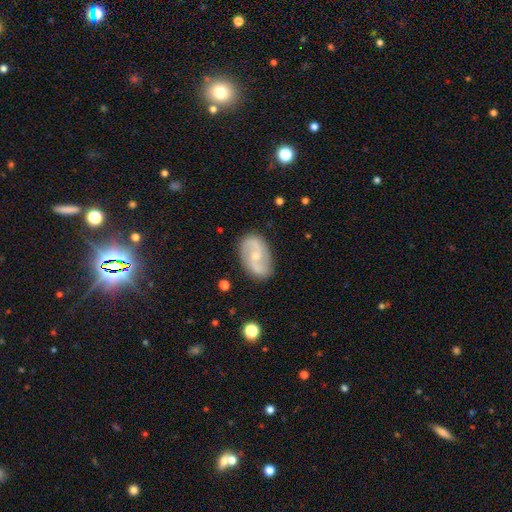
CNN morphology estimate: Overall: featured or disk (80%). Edge-on disk: no (97%). Bar: no (52%; weak 38%). Spiral arms: yes (94%). Spiral arm count: 2 (91%). Spiral winding: loose (42%; medium 41%). Bulge size: small (63%; moderate 32%). Merging: none (83%).